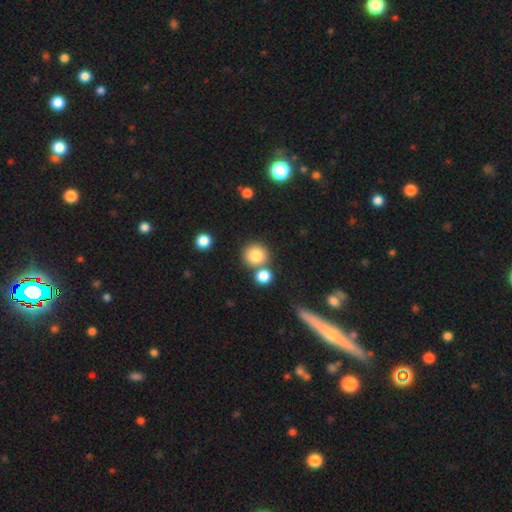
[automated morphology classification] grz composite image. It shows a smooth galaxy with no disk features (81%) that is round (91%). Merging: none (68%).